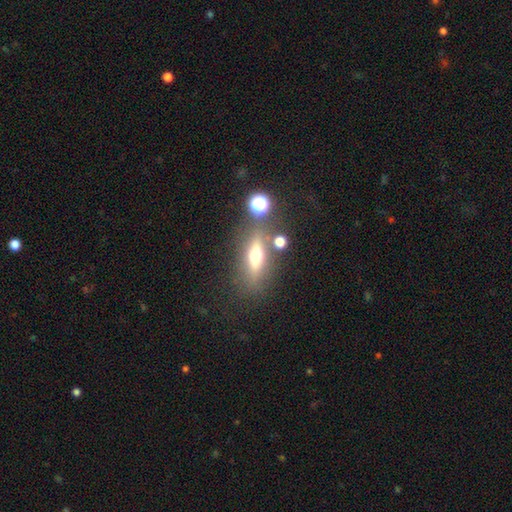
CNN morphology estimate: A smooth galaxy with no disk features (46%).

Vote fractions:
- Smooth or featured? smooth: 46% / featured or disk: 42% / star or artifact: 13%
- Merging? none: 73% / minor disturbance: 12% / merger: 9% / major disturbance: 6%